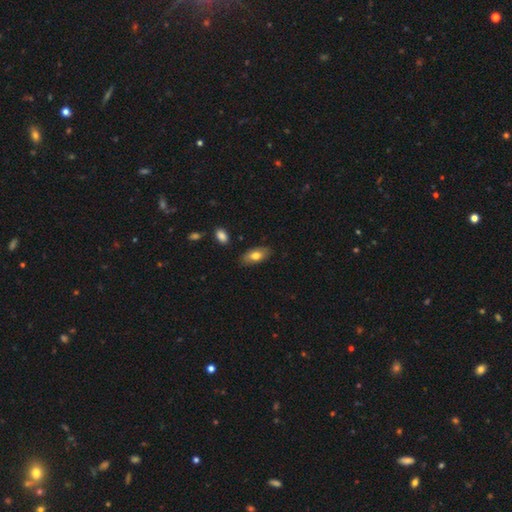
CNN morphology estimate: Smooth or featured? smooth (74%)
How rounded? in between (89%)
Merging? none (83%)